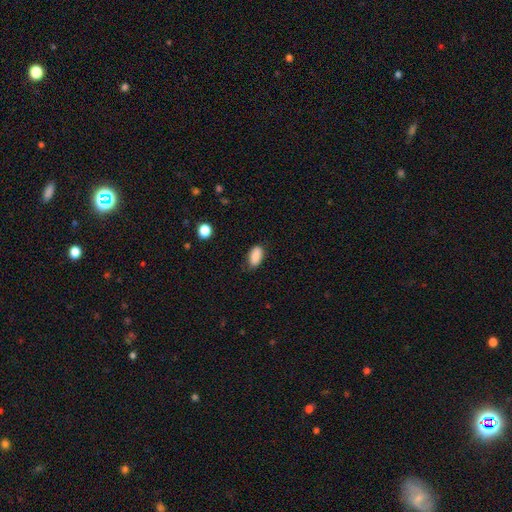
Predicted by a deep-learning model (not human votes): smooth_or_featured: smooth (p=0.88) [alt: star or artifact p=0.08]
how_rounded: in between (p=0.91) [alt: cigar-shaped p=0.05]
merging: none (p=0.81) [alt: minor disturbance p=0.15]